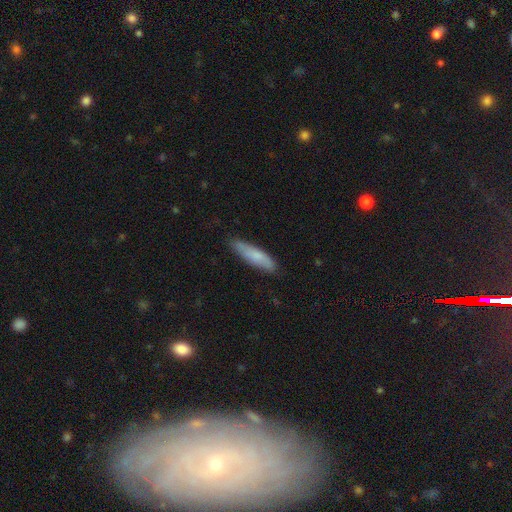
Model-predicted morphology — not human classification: The model was most divided on "how rounded": cigar-shaped: 75%, in between: 23%, round: 1%. More confident: merging — none (83%); smooth or featured — smooth (76%).